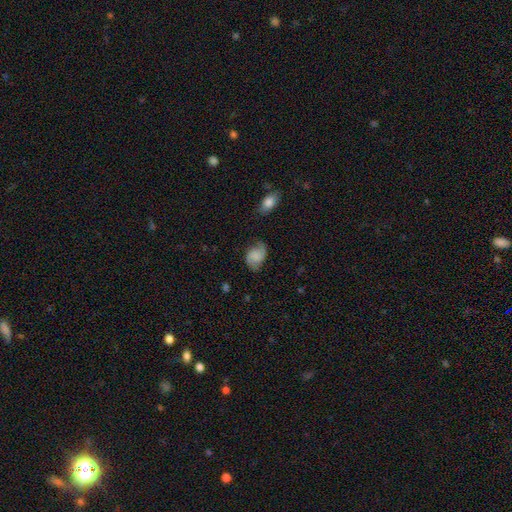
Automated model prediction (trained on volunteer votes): Morphology: type=featured or disk (47%); merging=none (67%).